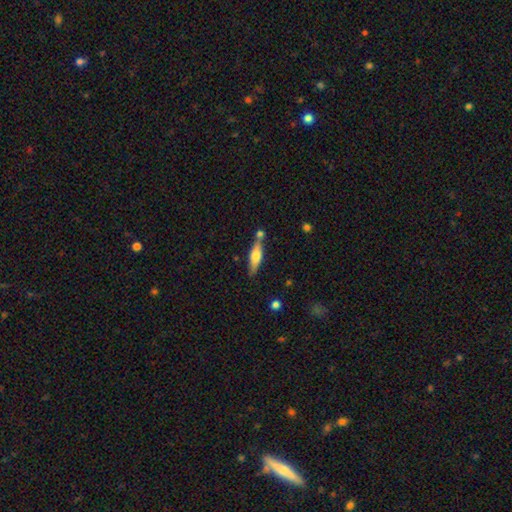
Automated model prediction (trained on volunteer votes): smooth_or_featured: smooth (p=0.50) [alt: featured or disk p=0.44]
how_rounded: cigar-shaped (p=0.67) [alt: in between p=0.30]
merging: none (p=0.68) [alt: merger p=0.15]